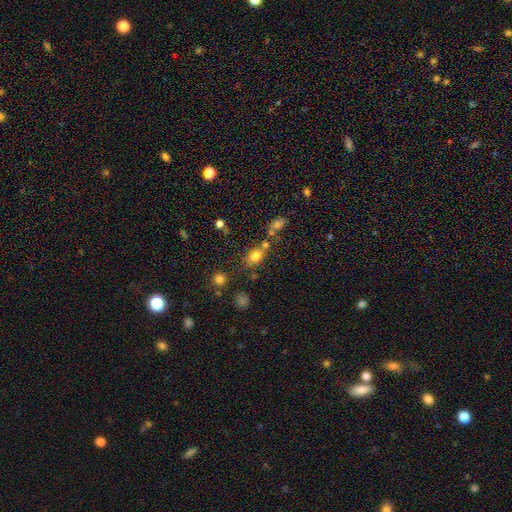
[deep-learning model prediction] smooth 75%, star or artifact 14%, featured or disk 11%. Down the decision tree: how rounded — in between (62%); merging — none (54%).